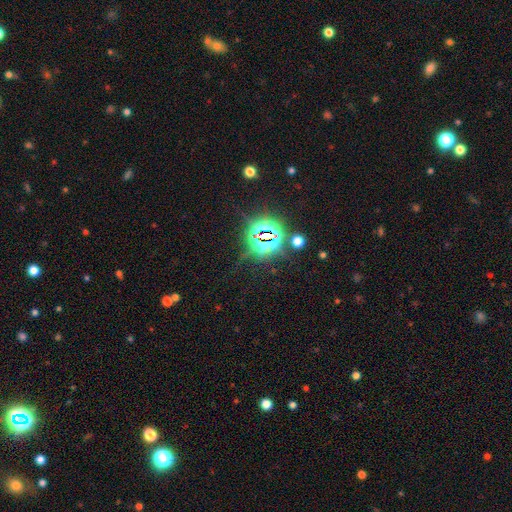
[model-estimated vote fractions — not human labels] This appears to be a star or artifact, not a galaxy (83%).